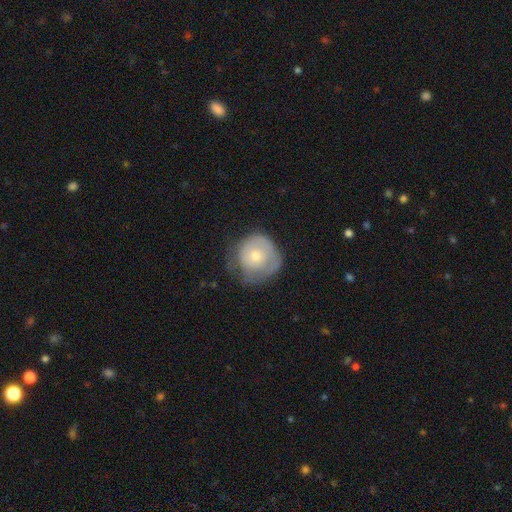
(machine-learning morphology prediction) This appears to be a smooth galaxy with no disk features (57%) that is round (86%). Merging: none (44%).